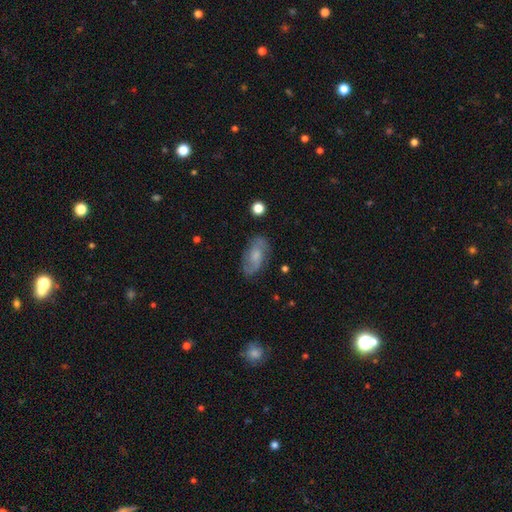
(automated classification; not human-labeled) This is likely a featured or disk galaxy (60%). It is clearly not viewed edge-on (94%). Bar: possibly no (59%). Spiral arm pattern: clearly yes (88%). Central bulge: marginally moderate (40%). Merging: likely none (76%).